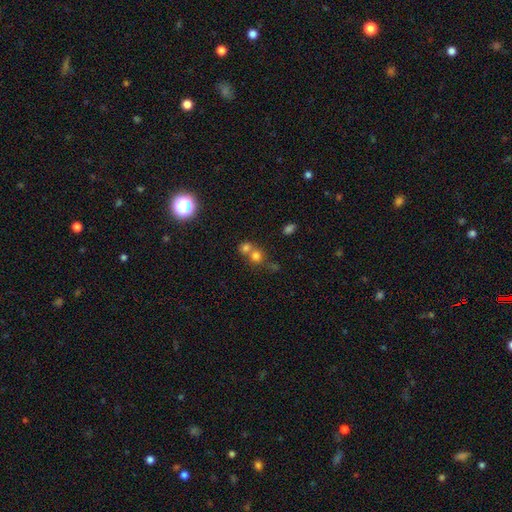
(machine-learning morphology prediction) Smooth or featured?
  - smooth: 72% *
  - star or artifact: 17%
  - featured or disk: 11%
How rounded?
  - round: 85% *
  - in between: 14%
  - cigar-shaped: 1%
Merging?
  - merger: 52% *
  - none: 40%
  - minor disturbance: 5%
  - major disturbance: 3%